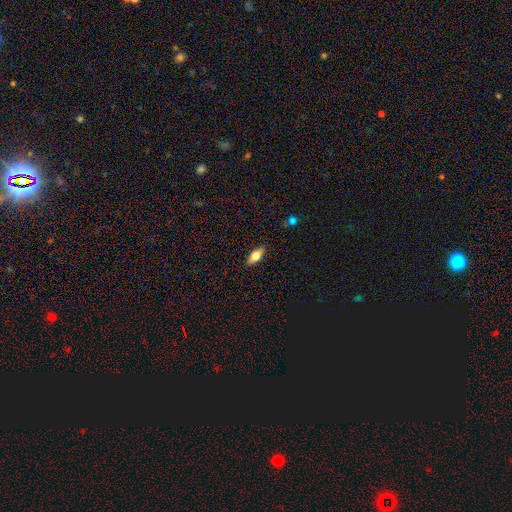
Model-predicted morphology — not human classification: A smooth galaxy with no disk features (72%) that is in between round and cigar-shaped (82%). Merging: none (88%).